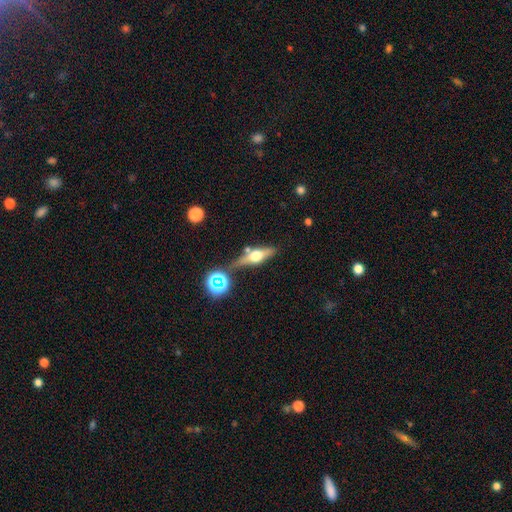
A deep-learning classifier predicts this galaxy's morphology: A featured or disk galaxy (57%) viewed edge-on (89%) with a rounded central bulge (94%). Merging: none (65%).